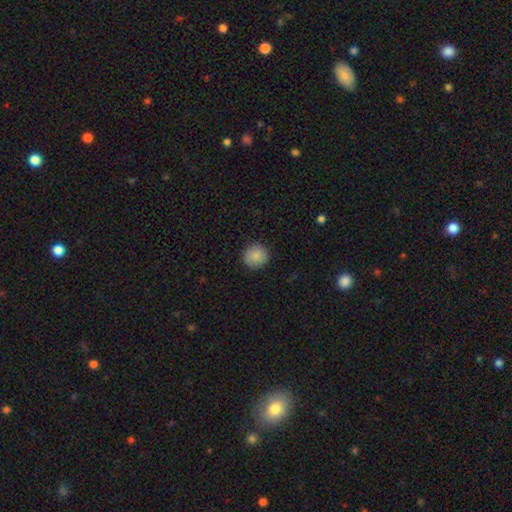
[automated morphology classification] Q: Smooth or featured?
A: smooth (86%); runner-up: star or artifact (9%)
Q: How rounded?
A: round (88%); runner-up: in between (11%)
Q: Merging?
A: none (89%); runner-up: minor disturbance (8%)